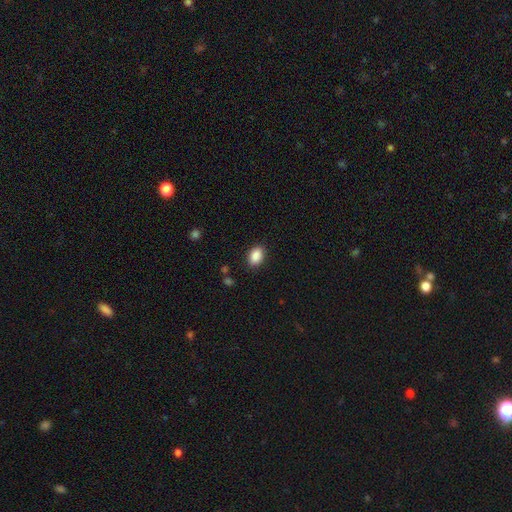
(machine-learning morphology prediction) The model was most divided on "how rounded": in between: 83%, round: 15%, cigar-shaped: 1%. More confident: smooth or featured — smooth (89%); merging — none (88%).